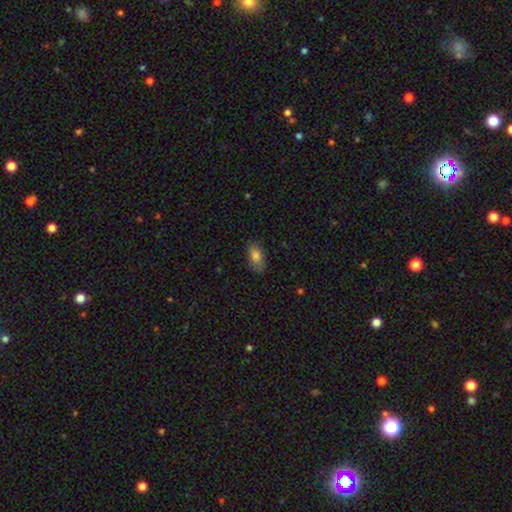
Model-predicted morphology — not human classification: Overall: smooth (82%). How rounded: in between (90%). Merging: none (77%).